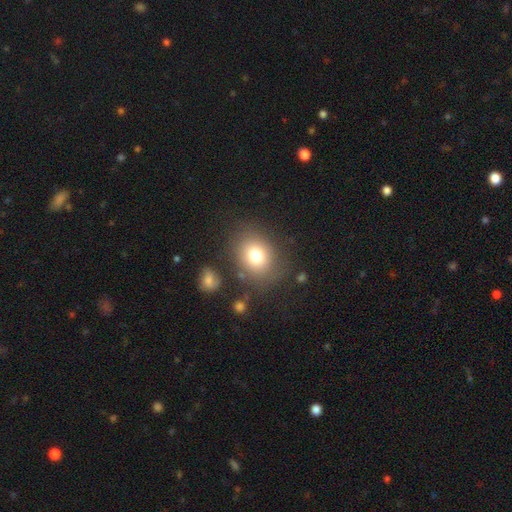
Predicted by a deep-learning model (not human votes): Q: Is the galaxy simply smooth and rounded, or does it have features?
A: smooth — 77%.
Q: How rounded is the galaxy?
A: round — 57%.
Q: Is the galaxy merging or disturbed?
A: none — 76%.